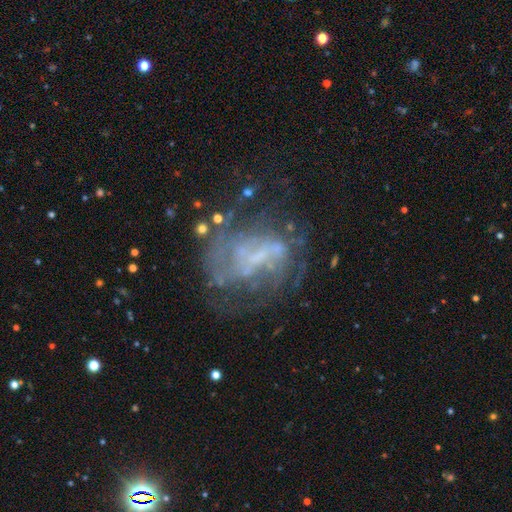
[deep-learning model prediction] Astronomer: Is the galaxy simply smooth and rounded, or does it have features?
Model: featured or disk — 71%.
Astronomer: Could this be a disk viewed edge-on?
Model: no — 97%.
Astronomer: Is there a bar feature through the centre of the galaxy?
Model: no — 49% (runner-up: weak, 34%).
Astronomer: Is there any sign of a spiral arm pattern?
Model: yes — 57% (runner-up: no, 43%).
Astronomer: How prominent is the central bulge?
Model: none — 53%.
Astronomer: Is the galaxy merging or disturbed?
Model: none — 47% (runner-up: major disturbance, 29%).